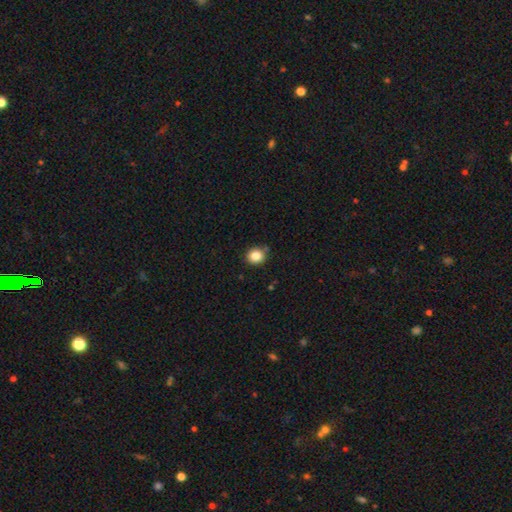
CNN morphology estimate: Smooth or featured: smooth — 85% (star or artifact — 10%)
How rounded: round — 85% (in between — 14%)
Merging: none — 83% (minor disturbance — 11%)